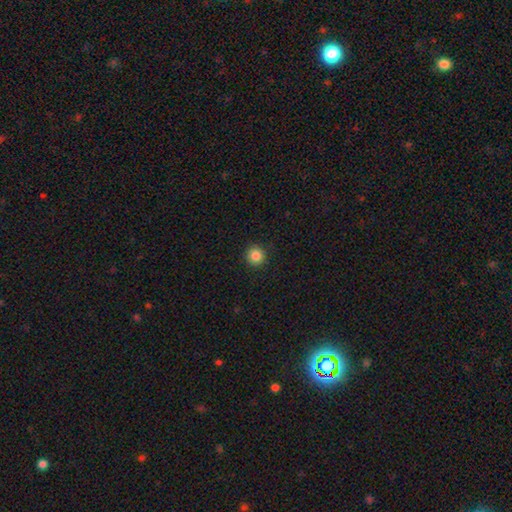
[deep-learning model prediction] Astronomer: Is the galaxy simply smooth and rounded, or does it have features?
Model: smooth — 85%.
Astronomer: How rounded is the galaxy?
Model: round — 94%.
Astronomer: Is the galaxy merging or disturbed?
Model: none — 93%.